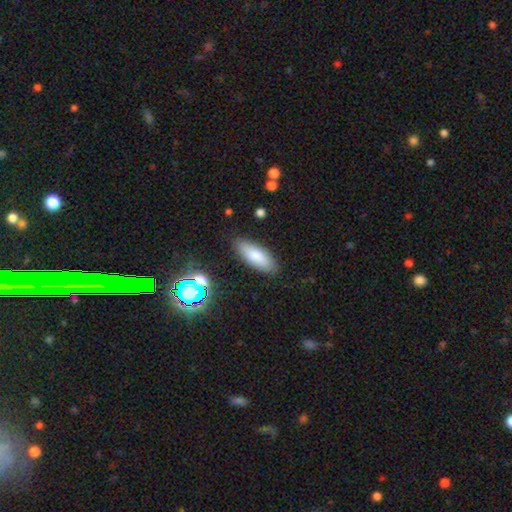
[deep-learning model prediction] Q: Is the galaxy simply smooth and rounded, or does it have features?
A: smooth — 79%.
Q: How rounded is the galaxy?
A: in between — 70%.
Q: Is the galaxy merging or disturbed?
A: none — 86%.